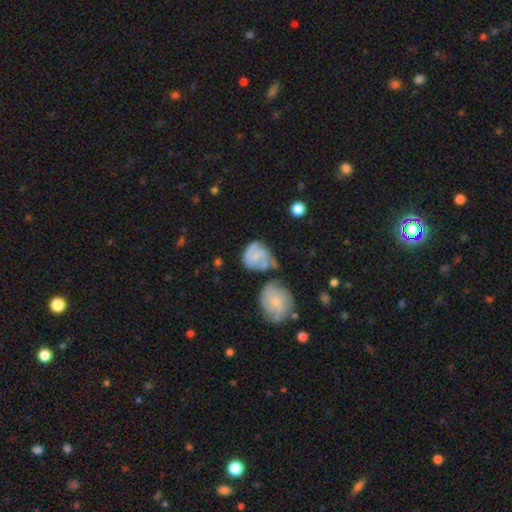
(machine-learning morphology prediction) type=featured or disk (56%); edge-on=no (98%); bar=no (62%); spiral arms=yes (77%); bulge=small (56%); merging=merger (31%).